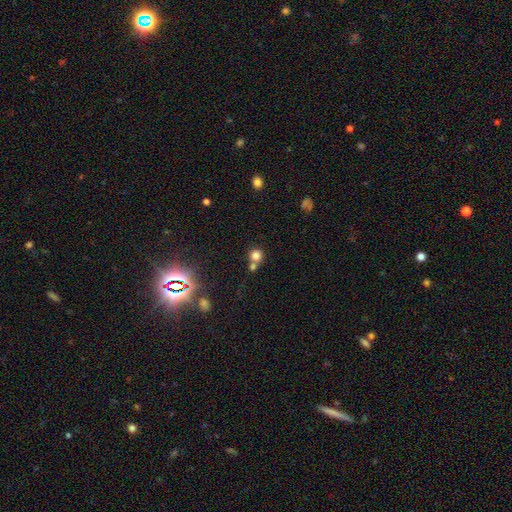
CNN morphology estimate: Smooth or featured: smooth — 76% (star or artifact — 16%)
How rounded: round — 89% (in between — 10%)
Merging: none — 53% (merger — 36%)